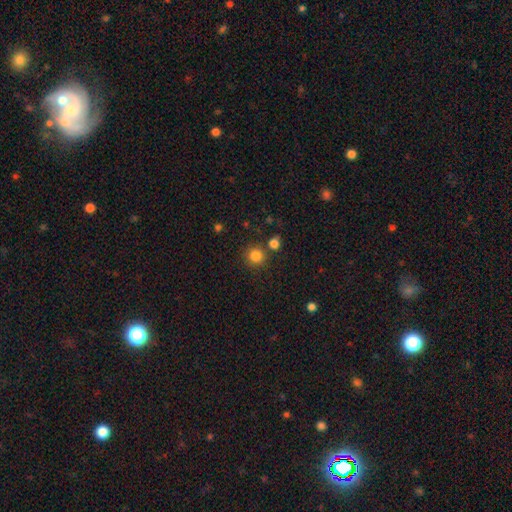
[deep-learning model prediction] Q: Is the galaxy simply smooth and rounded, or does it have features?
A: smooth — 83%.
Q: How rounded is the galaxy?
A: round — 92%.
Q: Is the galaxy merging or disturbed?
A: none — 80%.